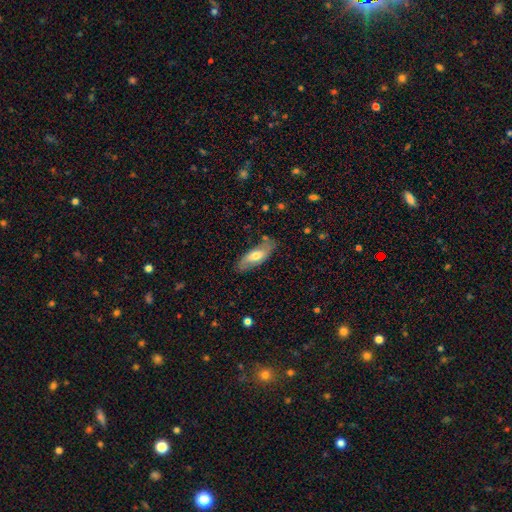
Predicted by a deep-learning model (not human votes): Smooth or featured?
  - smooth: 55% *
  - featured or disk: 39%
  - star or artifact: 6%
How rounded?
  - in between: 75% *
  - cigar-shaped: 22%
  - round: 2%
Merging?
  - none: 78% *
  - minor disturbance: 16%
  - major disturbance: 4%
  - merger: 2%